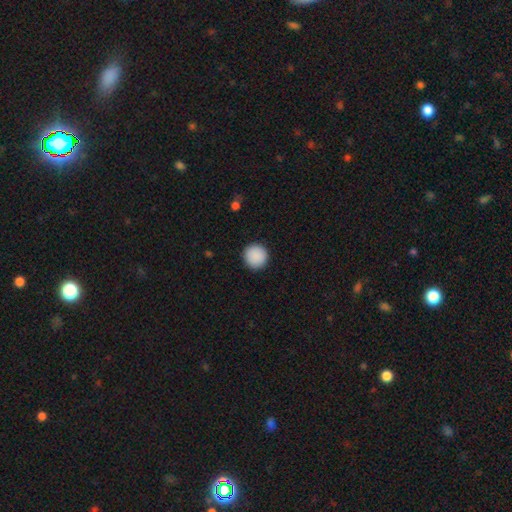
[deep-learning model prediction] Morphology: type=smooth (90%); roundness=round (95%); merging=none (92%).